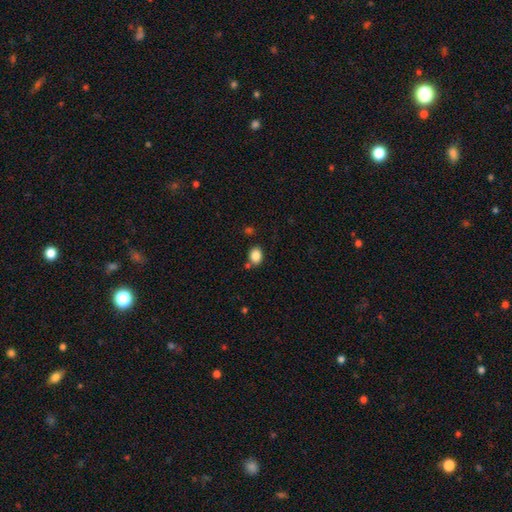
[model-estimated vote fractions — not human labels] A smooth galaxy with no disk features (86%) that is in between round and cigar-shaped (62%).

Vote fractions:
- Smooth or featured? smooth: 86% / star or artifact: 9% / featured or disk: 5%
- How rounded? in between: 62% / round: 37% / cigar-shaped: 1%
- Merging? none: 77% / minor disturbance: 12% / merger: 8% / major disturbance: 3%